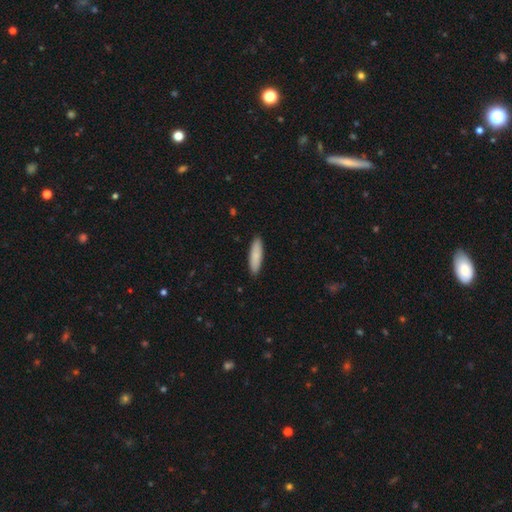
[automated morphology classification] This is clearly a smooth galaxy (85%). How rounded: likely cigar-shaped (65%). Merging: clearly none (91%).